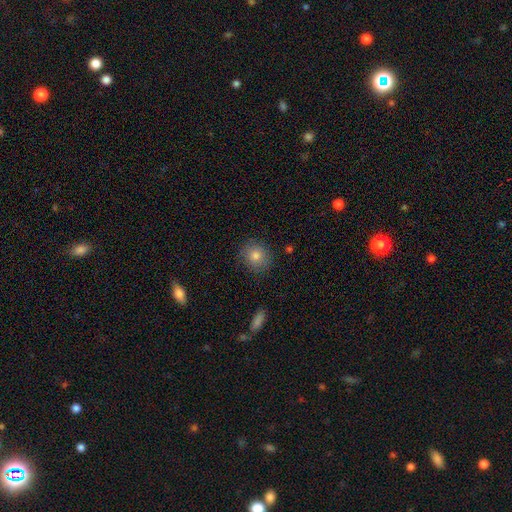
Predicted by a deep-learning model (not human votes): Morphology: type=smooth (81%); roundness=round (85%); merging=none (85%).